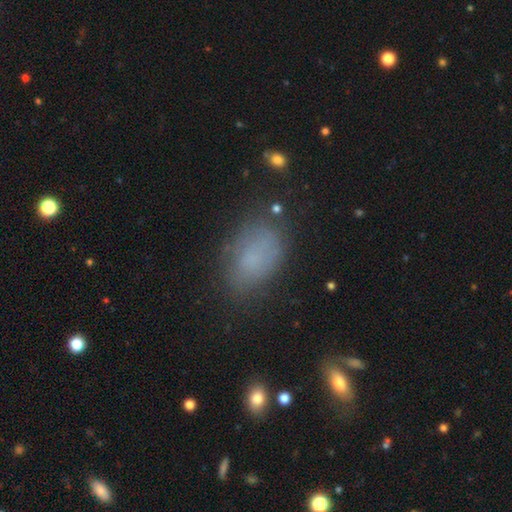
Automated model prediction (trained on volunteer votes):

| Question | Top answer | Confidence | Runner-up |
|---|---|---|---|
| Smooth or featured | smooth | 75% | star or artifact (13%) |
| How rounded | in between | 90% | round (9%) |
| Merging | none | 69% | minor disturbance (20%) |